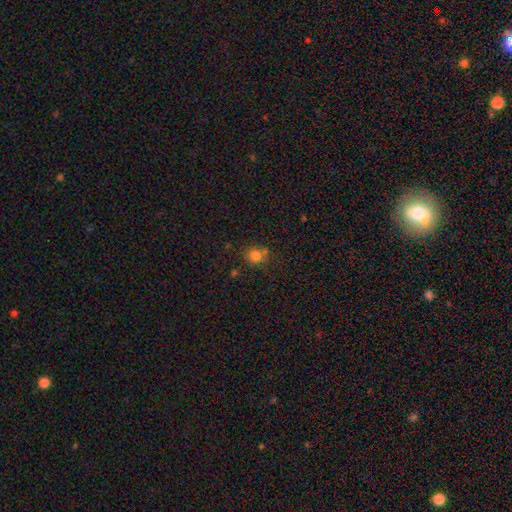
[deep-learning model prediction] A smooth galaxy with no disk features (79%) that is round (81%). Merging: none (66%).